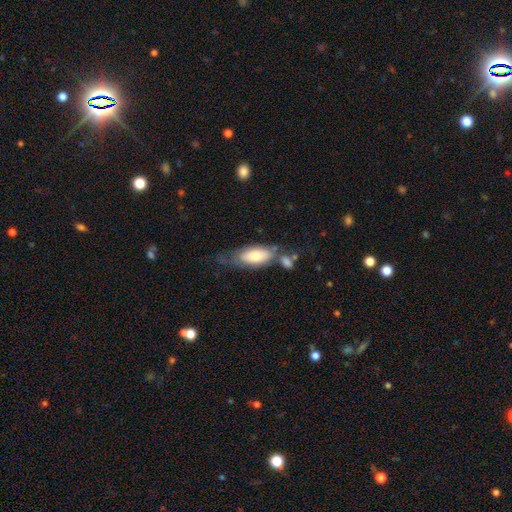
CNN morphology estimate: smooth-or-featured: smooth: 69% | featured or disk: 25% | star or artifact: 6%
  how-rounded: in between: 83% | cigar-shaped: 14% | round: 2%
  merging: none: 42% | minor disturbance: 23% | merger: 23% | major disturbance: 12%